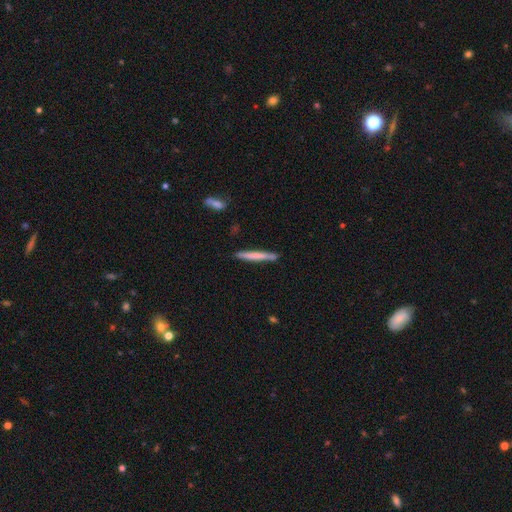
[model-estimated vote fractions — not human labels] The model was most divided on "smooth or featured": smooth: 66%, featured or disk: 29%, star or artifact: 5%. More confident: how rounded — cigar-shaped (96%); merging — none (85%).